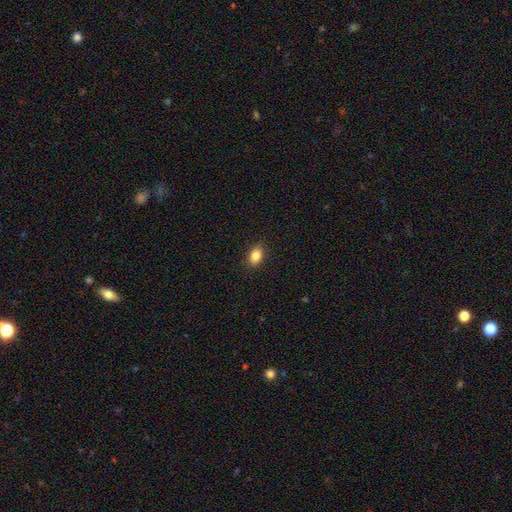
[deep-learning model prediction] This appears to be a smooth galaxy with no disk features (85%) that is in between round and cigar-shaped (83%). Merging: none (90%).